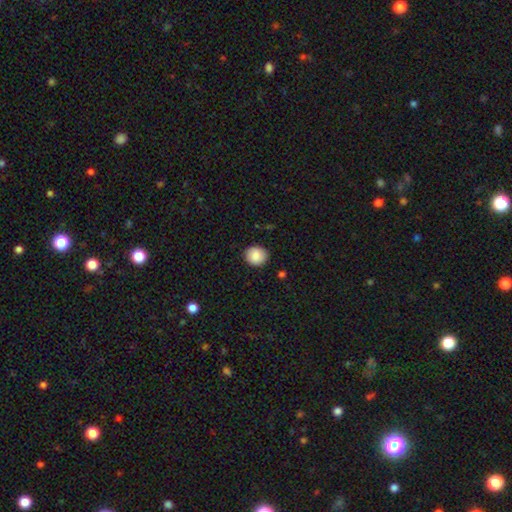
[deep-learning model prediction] smooth 88%, star or artifact 8%, featured or disk 4%. Down the decision tree: how rounded — round (82%); merging — none (87%).